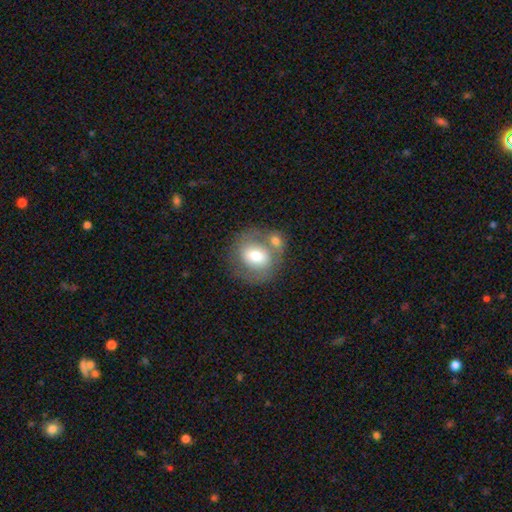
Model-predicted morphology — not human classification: Smooth or featured: smooth — 59% (featured or disk — 33%)
How rounded: round — 67% (in between — 32%)
Merging: none — 48% (merger — 31%)